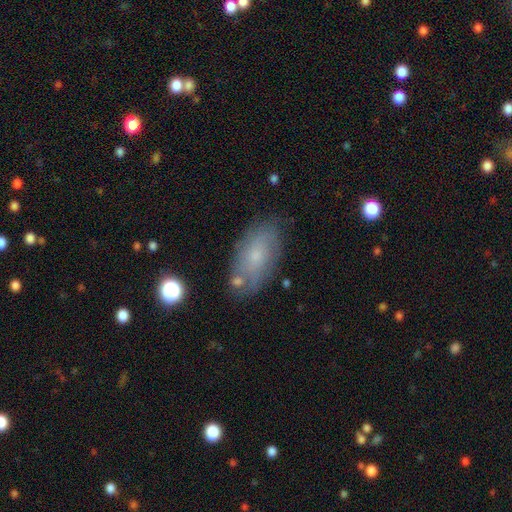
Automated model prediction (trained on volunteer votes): A smooth galaxy with no disk features (54%) that is in between round and cigar-shaped (90%). Merging: none (73%).